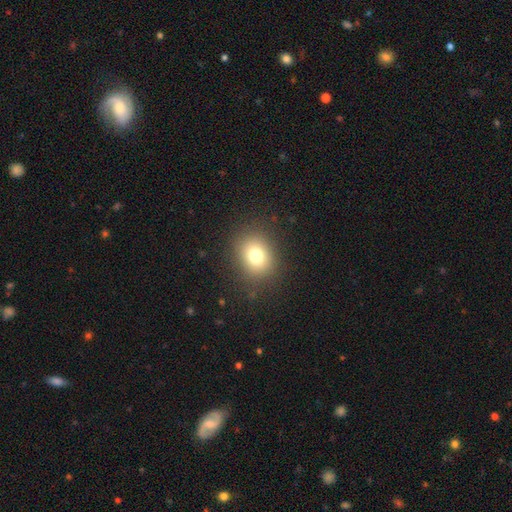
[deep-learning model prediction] A smooth galaxy with no disk features (75%) that is round (63%). Merging: none (86%).